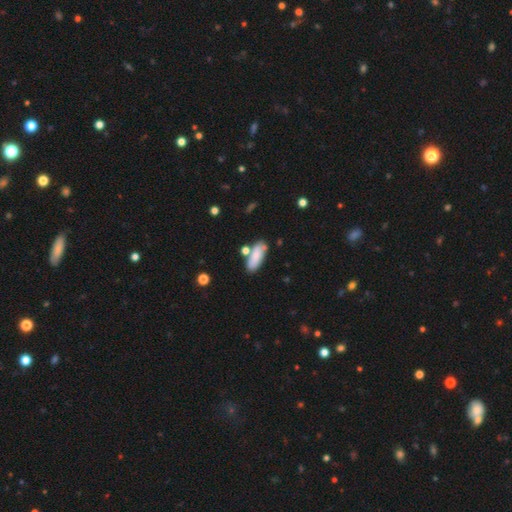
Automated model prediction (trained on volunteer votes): Morphology: type=smooth (80%); roundness=in between (71%); merging=none (67%).